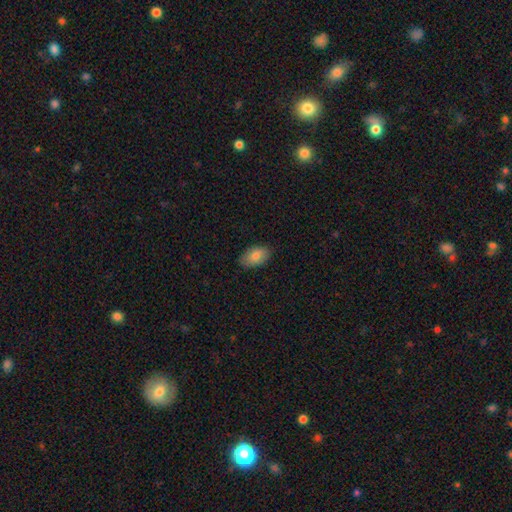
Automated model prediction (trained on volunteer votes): Smooth or featured? Predicted: smooth (p=0.81). How rounded? Predicted: in between (p=0.93). Merging? Predicted: none (p=0.83).